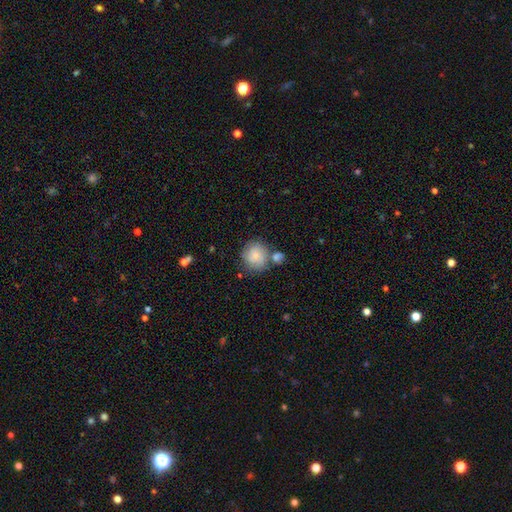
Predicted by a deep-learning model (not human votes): smooth 76%, featured or disk 17%, star or artifact 7%. Down the decision tree: how rounded — round (84%); merging — none (56%).